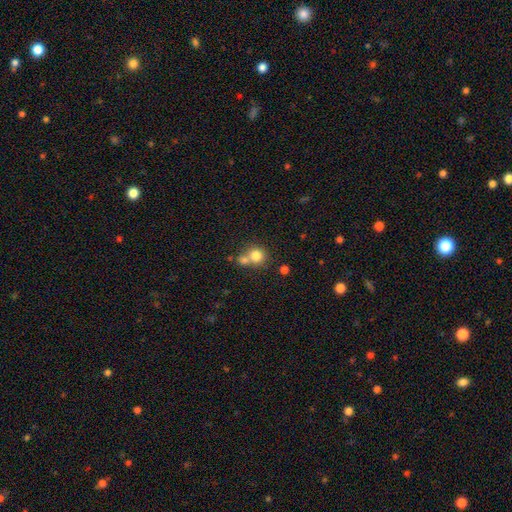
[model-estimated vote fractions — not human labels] smooth_or_featured: smooth (p=0.79) [alt: star or artifact p=0.11]
how_rounded: round (p=0.86) [alt: in between p=0.13]
merging: merger (p=0.45) [alt: none p=0.44]